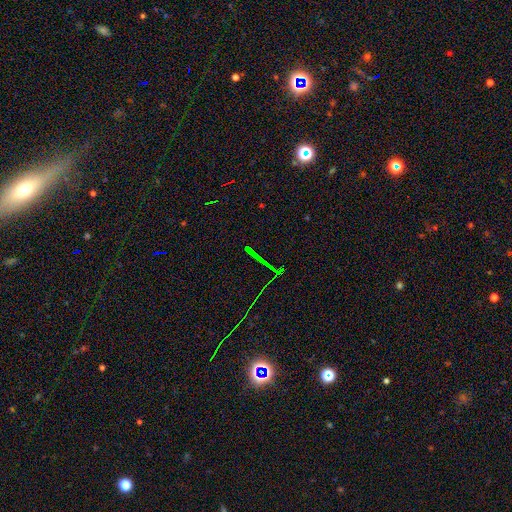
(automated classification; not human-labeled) star or artifact 64%, featured or disk 20%, smooth 17%.